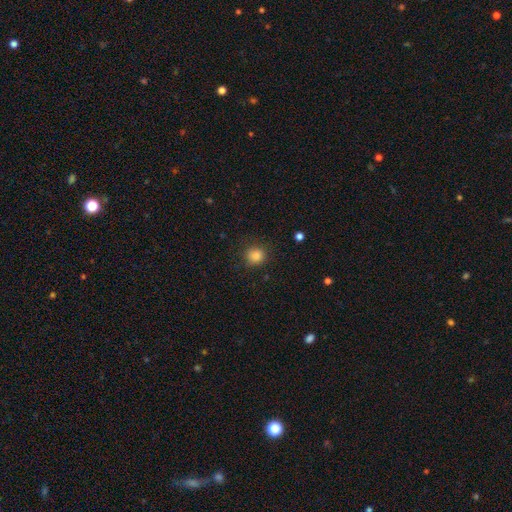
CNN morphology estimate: Smooth or featured: smooth — 84% (star or artifact — 12%)
How rounded: round — 87% (in between — 12%)
Merging: none — 85% (minor disturbance — 10%)